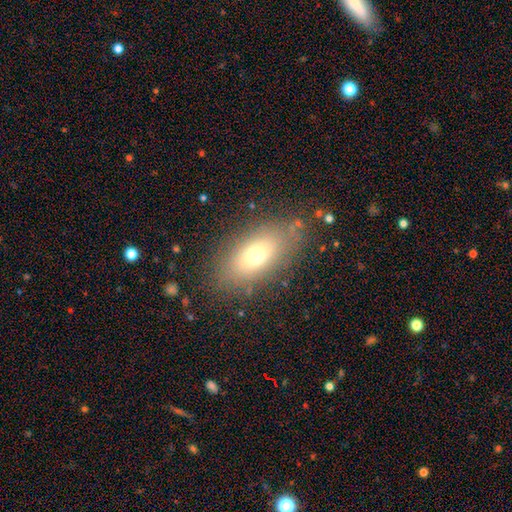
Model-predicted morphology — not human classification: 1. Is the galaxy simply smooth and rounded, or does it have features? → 69% smooth, 19% featured or disk, 12% star or artifact.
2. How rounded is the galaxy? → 84% in between, 9% round, 8% cigar-shaped.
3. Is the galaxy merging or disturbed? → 80% none, 12% minor disturbance, 6% major disturbance, 2% merger.